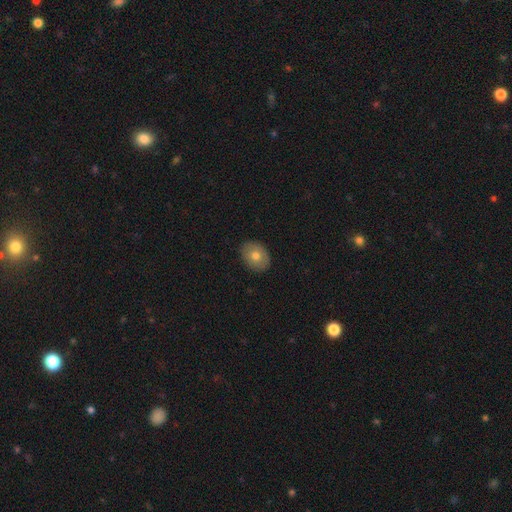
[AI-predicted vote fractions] smooth-or-featured: smooth: 72% | featured or disk: 20% | star or artifact: 8%
  how-rounded: in between: 62% | round: 37% | cigar-shaped: 1%
  merging: none: 87% | minor disturbance: 10% | major disturbance: 2% | merger: 1%